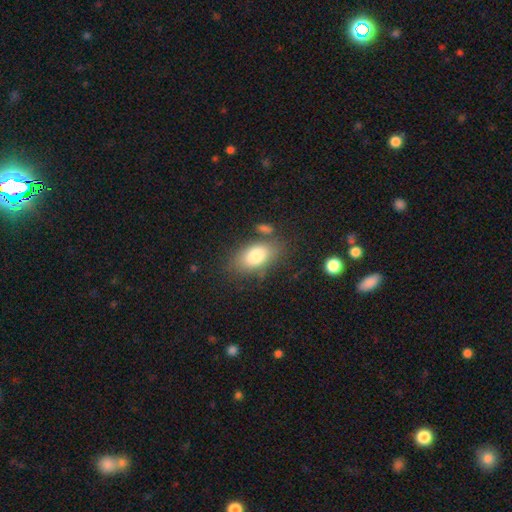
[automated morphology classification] Smooth or featured? smooth (81%)
How rounded? in between (90%)
Merging? none (70%)